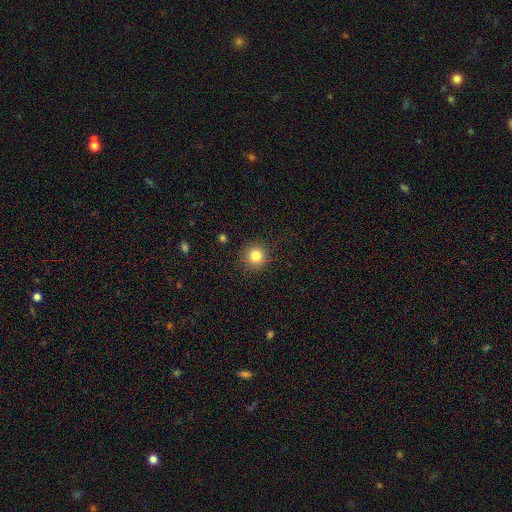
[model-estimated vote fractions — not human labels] Smooth or featured? smooth (83%)
How rounded? round (93%)
Merging? none (89%)